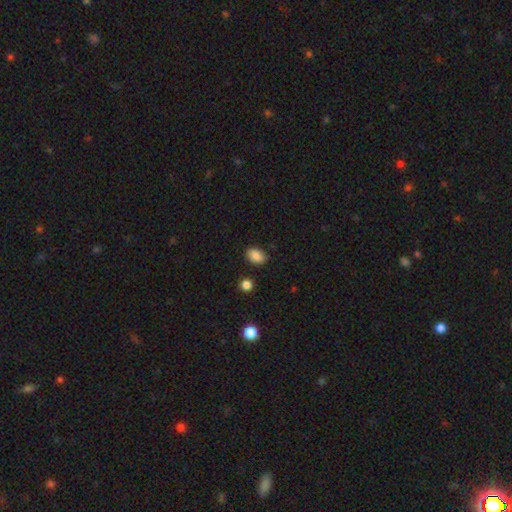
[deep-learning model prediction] Smooth or featured?
  - smooth: 86% *
  - star or artifact: 9%
  - featured or disk: 5%
How rounded?
  - in between: 74% *
  - round: 25%
  - cigar-shaped: 1%
Merging?
  - none: 83% *
  - minor disturbance: 12%
  - major disturbance: 3%
  - merger: 2%